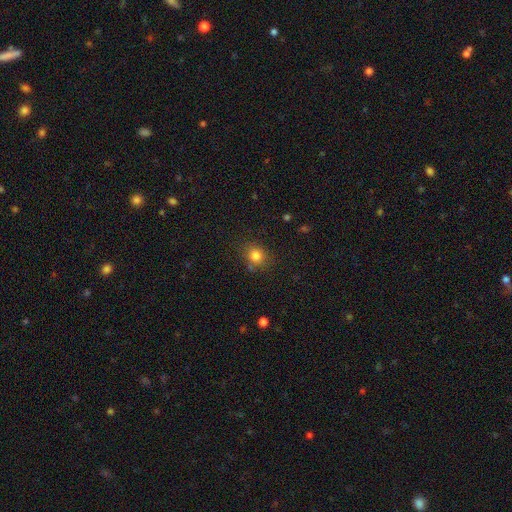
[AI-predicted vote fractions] smooth-or-featured: smooth: 82% | star or artifact: 12% | featured or disk: 6%
  how-rounded: round: 71% | in between: 29% | cigar-shaped: 1%
  merging: none: 78% | minor disturbance: 14% | merger: 4% | major disturbance: 4%